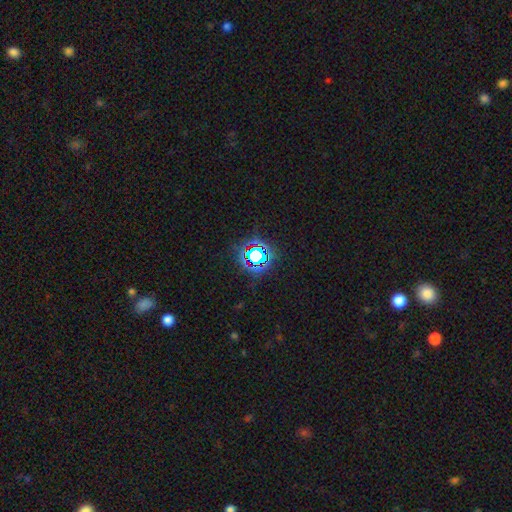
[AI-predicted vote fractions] Smooth or featured? Predicted: star or artifact (p=0.71).